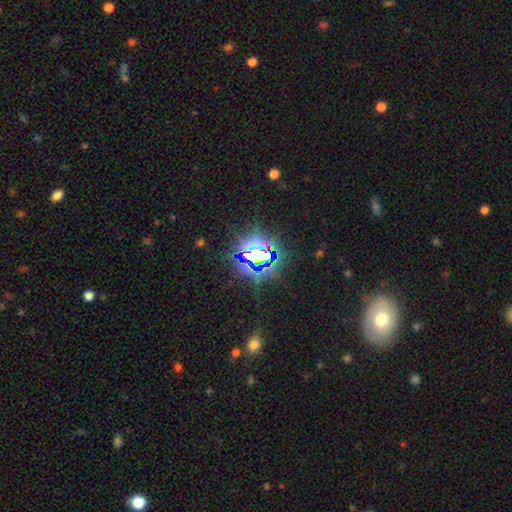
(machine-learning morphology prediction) smooth-or-featured: star or artifact: 81% | smooth: 10% | featured or disk: 9%